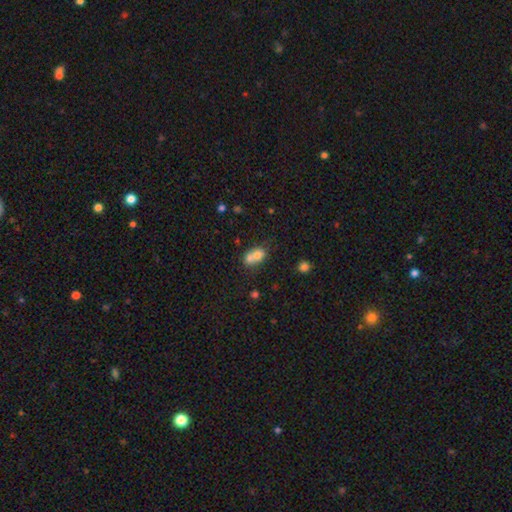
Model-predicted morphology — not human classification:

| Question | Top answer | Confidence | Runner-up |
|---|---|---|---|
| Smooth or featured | smooth | 69% | featured or disk (20%) |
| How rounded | in between | 51% | round (48%) |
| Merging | merger | 68% | none (21%) |